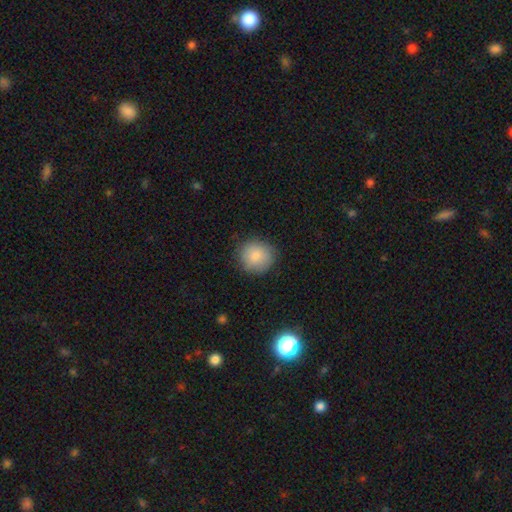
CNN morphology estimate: Smooth or featured? smooth (86%)
How rounded? round (91%)
Merging? none (86%)